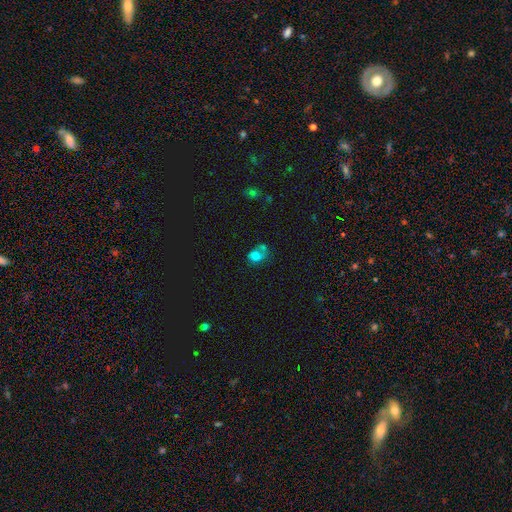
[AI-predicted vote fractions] Smooth or featured? Predicted: smooth (p=0.69). How rounded? Predicted: in between (p=0.51). Merging? Predicted: merger (p=0.37).